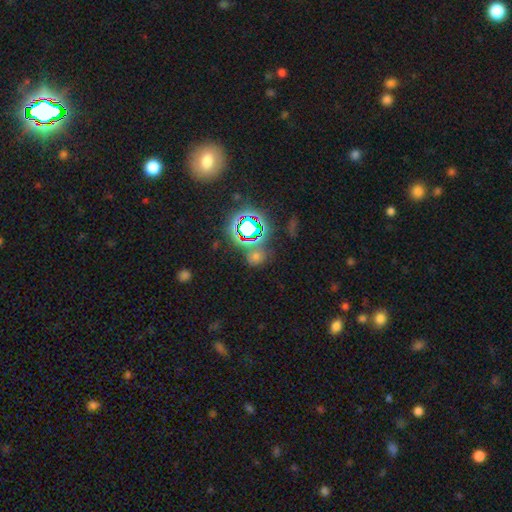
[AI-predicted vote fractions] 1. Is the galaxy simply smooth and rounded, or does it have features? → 53% star or artifact, 39% smooth, 8% featured or disk.